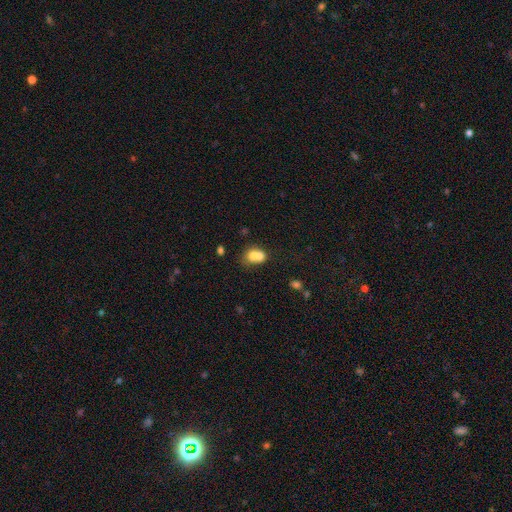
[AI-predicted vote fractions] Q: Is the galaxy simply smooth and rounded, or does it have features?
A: smooth — 69%.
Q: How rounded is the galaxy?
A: round — 58%.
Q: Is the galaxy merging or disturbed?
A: merger — 68%.